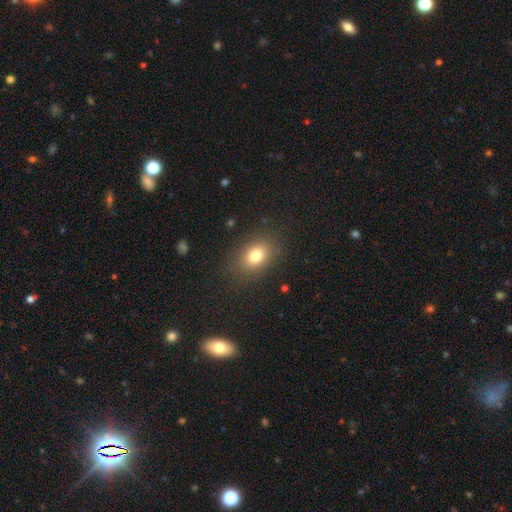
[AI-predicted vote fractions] Smooth or featured? Predicted: smooth (p=0.78). How rounded? Predicted: in between (p=0.74). Merging? Predicted: none (p=0.82).